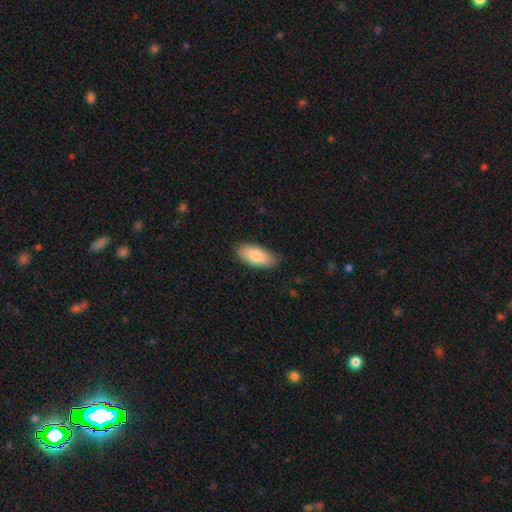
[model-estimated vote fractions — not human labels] The model was most divided on "smooth or featured": smooth: 81%, featured or disk: 13%, star or artifact: 6%. More confident: how rounded — in between (86%); merging — none (84%).